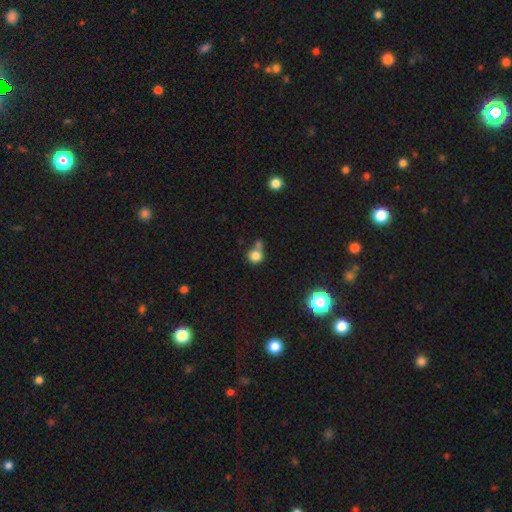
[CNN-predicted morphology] A smooth galaxy with no disk features (80%) that is round (85%).

Vote fractions:
- Smooth or featured? smooth: 80% / star or artifact: 12% / featured or disk: 8%
- How rounded? round: 85% / in between: 14% / cigar-shaped: 1%
- Merging? none: 46% / merger: 36% / minor disturbance: 12% / major disturbance: 6%